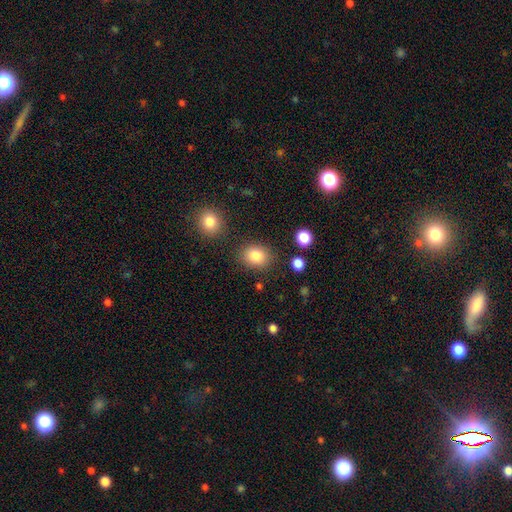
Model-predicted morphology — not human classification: smooth_or_featured: smooth (p=0.85) [alt: star or artifact p=0.10]
how_rounded: round (p=0.52) [alt: in between p=0.47]
merging: none (p=0.82) [alt: minor disturbance p=0.11]